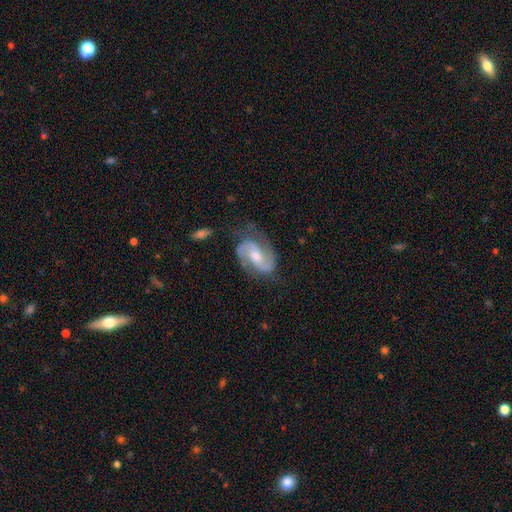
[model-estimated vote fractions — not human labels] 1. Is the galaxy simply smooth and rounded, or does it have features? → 87% featured or disk, 8% smooth, 5% star or artifact.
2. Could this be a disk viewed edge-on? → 97% no, 3% yes.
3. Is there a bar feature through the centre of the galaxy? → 46% weak, 35% no, 19% strong.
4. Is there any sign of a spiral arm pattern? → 97% yes, 3% no.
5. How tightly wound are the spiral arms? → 55% medium, 23% tight, 22% loose.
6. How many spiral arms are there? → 91% 2, 3% can't tell, 2% 1, 2% 3, 1% 4, 1% more than 4.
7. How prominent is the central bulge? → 61% moderate, 28% small, 6% large, 3% none, 1% dominant.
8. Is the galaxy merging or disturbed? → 69% none, 20% minor disturbance, 9% major disturbance, 2% merger.